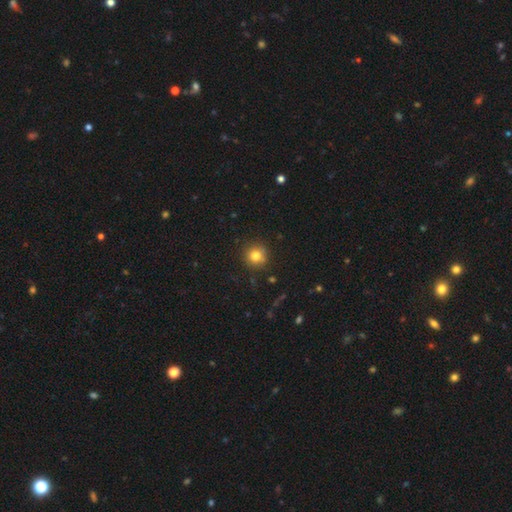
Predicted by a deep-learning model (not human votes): Smooth or featured?
  - smooth: 80% *
  - star or artifact: 13%
  - featured or disk: 7%
How rounded?
  - round: 92% *
  - in between: 7%
  - cigar-shaped: 1%
Merging?
  - none: 86% *
  - minor disturbance: 9%
  - major disturbance: 3%
  - merger: 2%